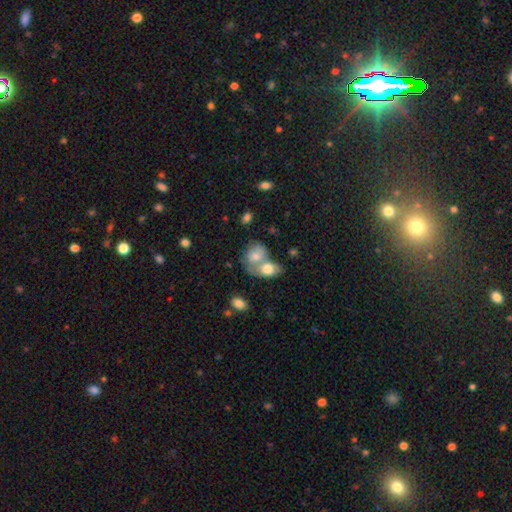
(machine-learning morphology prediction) smooth-or-featured: smooth: 70% | featured or disk: 21% | star or artifact: 9%
  how-rounded: in between: 58% | round: 40% | cigar-shaped: 2%
  merging: merger: 62% | none: 23% | minor disturbance: 10% | major disturbance: 6%